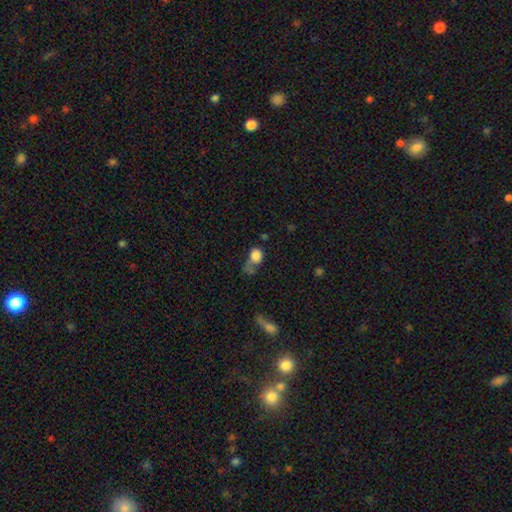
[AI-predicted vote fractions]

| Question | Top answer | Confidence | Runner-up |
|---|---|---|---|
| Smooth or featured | smooth | 80% | star or artifact (11%) |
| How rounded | round | 57% | in between (41%) |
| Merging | none | 30% | merger (26%) |